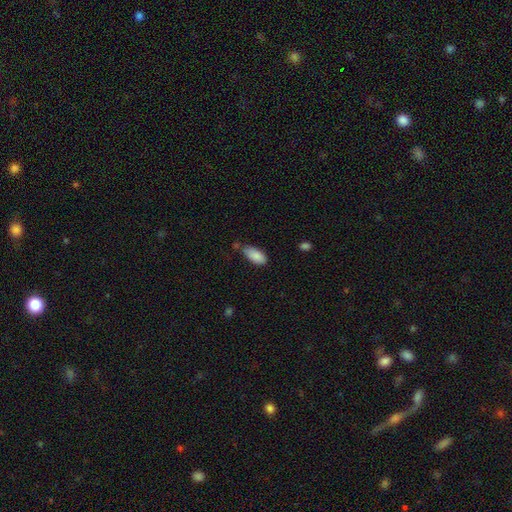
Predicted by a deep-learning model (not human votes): A smooth galaxy with no disk features (87%) that is in between round and cigar-shaped (91%).

Vote fractions:
- Smooth or featured? smooth: 87% / star or artifact: 7% / featured or disk: 6%
- How rounded? in between: 91% / cigar-shaped: 7% / round: 2%
- Merging? none: 64% / minor disturbance: 25% / merger: 6% / major disturbance: 5%